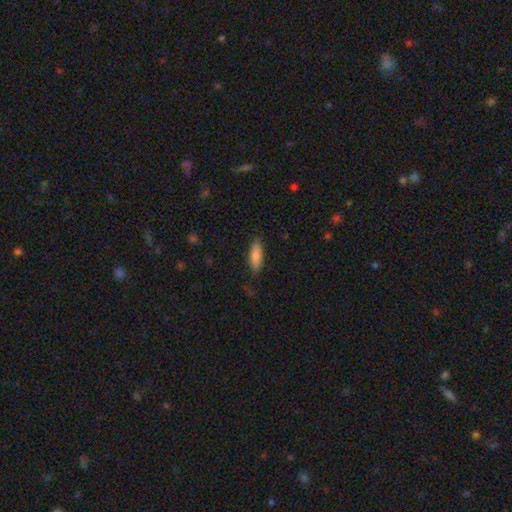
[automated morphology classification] This is clearly a smooth galaxy (83%). How rounded: possibly in between (50%). Merging: clearly none (84%).